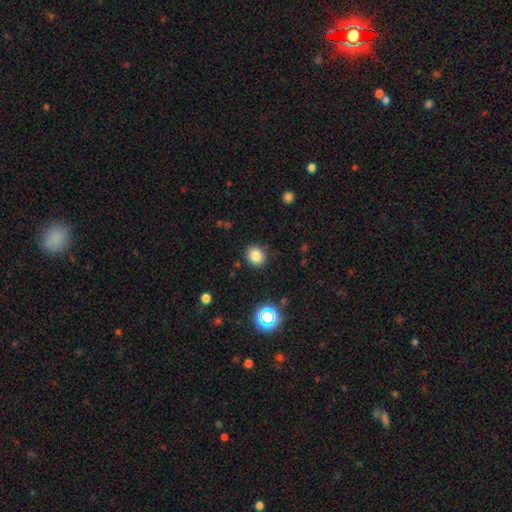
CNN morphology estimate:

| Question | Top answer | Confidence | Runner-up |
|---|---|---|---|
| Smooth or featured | smooth | 81% | star or artifact (13%) |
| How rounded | round | 78% | in between (21%) |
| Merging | none | 88% | minor disturbance (8%) |